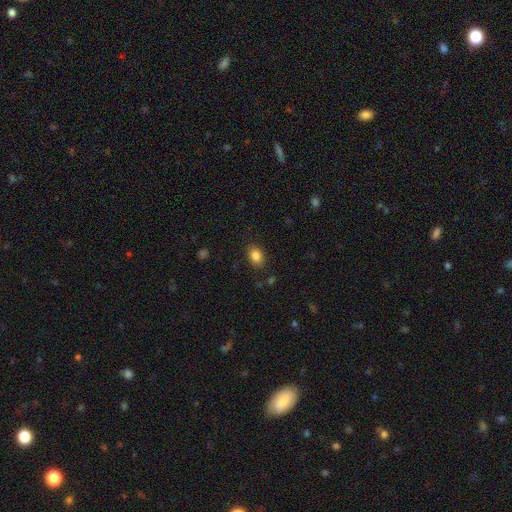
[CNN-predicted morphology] This appears to be a smooth galaxy with no disk features (85%) that is in between round and cigar-shaped (74%). Merging: none (86%).